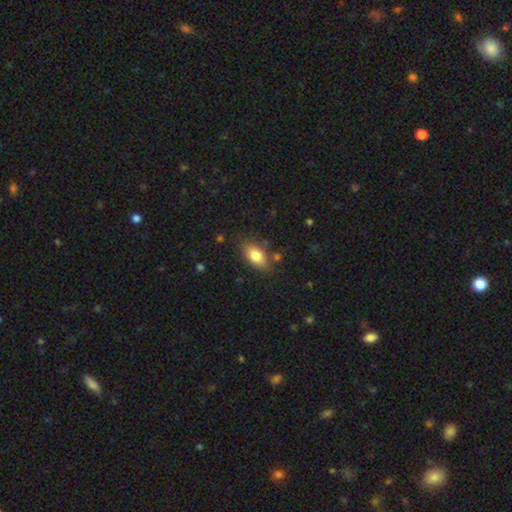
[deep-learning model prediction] Morphology: type=smooth (80%); roundness=in between (89%); merging=none (78%).